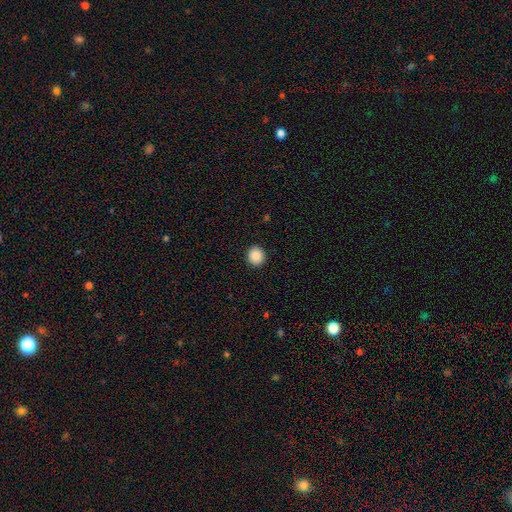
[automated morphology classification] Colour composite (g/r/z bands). It shows a smooth galaxy with no disk features (88%) that is round (81%). Merging: none (92%).